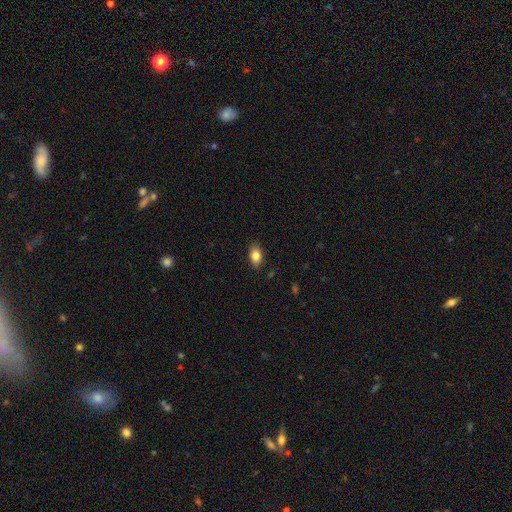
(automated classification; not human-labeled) smooth-or-featured: smooth: 85% | star or artifact: 9% | featured or disk: 7%
  how-rounded: in between: 82% | round: 16% | cigar-shaped: 2%
  merging: none: 86% | minor disturbance: 11% | major disturbance: 2% | merger: 1%